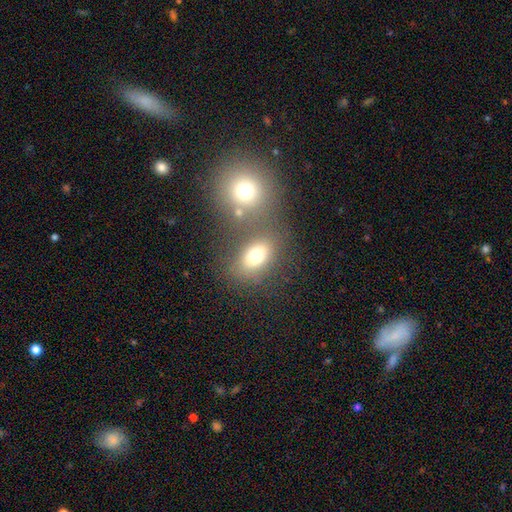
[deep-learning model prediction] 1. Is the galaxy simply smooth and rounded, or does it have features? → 73% smooth, 14% featured or disk, 13% star or artifact.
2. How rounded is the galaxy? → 70% in between, 27% round, 2% cigar-shaped.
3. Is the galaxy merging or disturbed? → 61% none, 21% merger, 12% minor disturbance, 6% major disturbance.